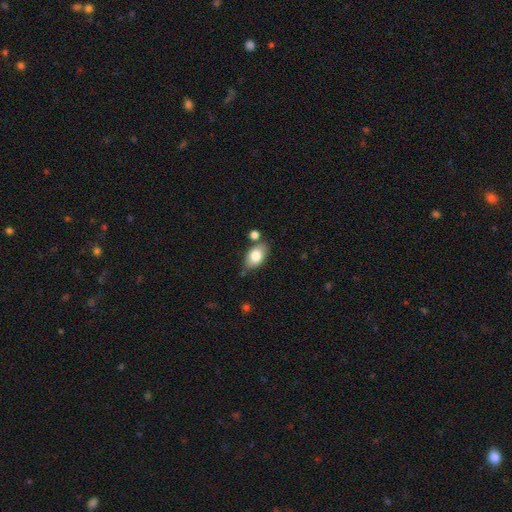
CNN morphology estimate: Q: Smooth or featured?
A: smooth (78%); runner-up: featured or disk (14%)
Q: How rounded?
A: in between (90%); runner-up: round (8%)
Q: Merging?
A: none (69%); runner-up: minor disturbance (17%)